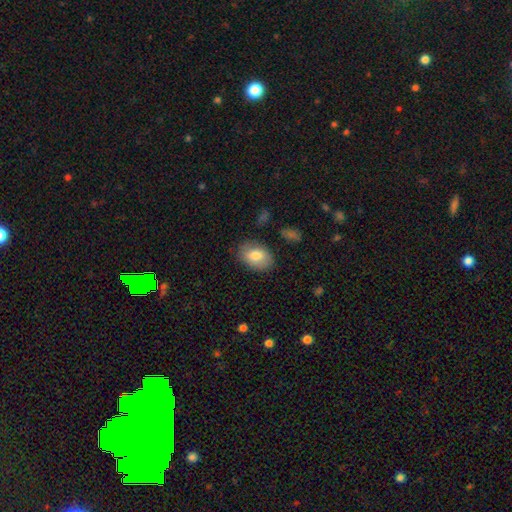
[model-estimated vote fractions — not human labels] A smooth galaxy with no disk features (80%) that is in between round and cigar-shaped (84%).

Vote fractions:
- Smooth or featured? smooth: 80% / featured or disk: 13% / star or artifact: 7%
- How rounded? in between: 84% / round: 15% / cigar-shaped: 1%
- Merging? none: 80% / minor disturbance: 15% / major disturbance: 3% / merger: 2%